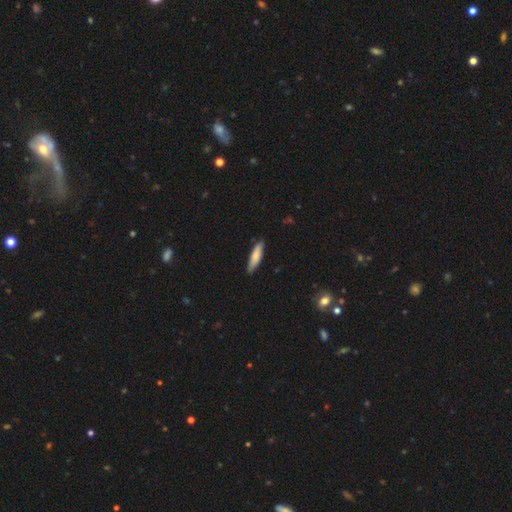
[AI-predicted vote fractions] Smooth or featured? smooth (75%)
How rounded? cigar-shaped (73%)
Merging? none (86%)